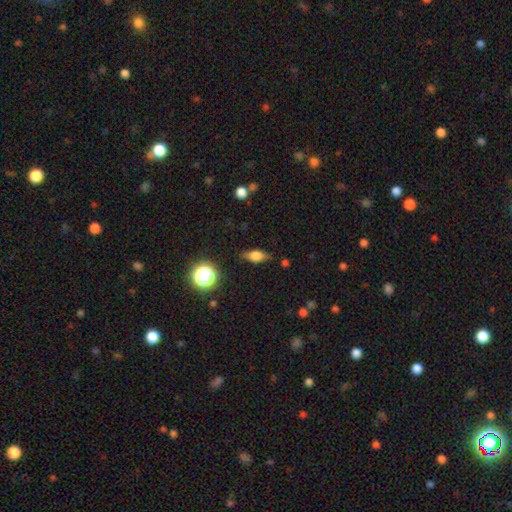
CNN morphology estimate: Smooth or featured? smooth (64%)
How rounded? in between (69%)
Merging? none (79%)